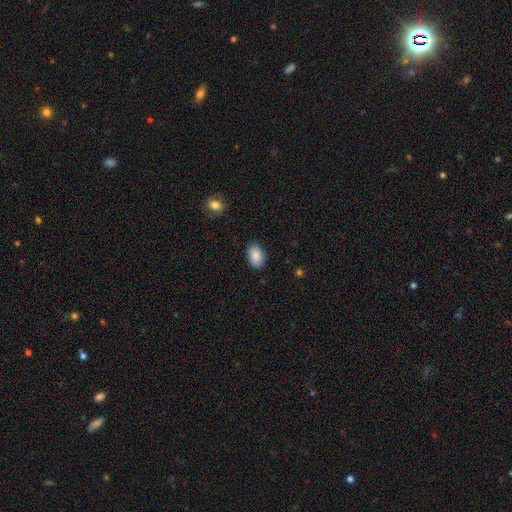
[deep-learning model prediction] The model was most divided on "merging": none: 87%, minor disturbance: 10%, major disturbance: 2%, merger: 1%. More confident: smooth or featured — smooth (88%); how rounded — in between (88%).